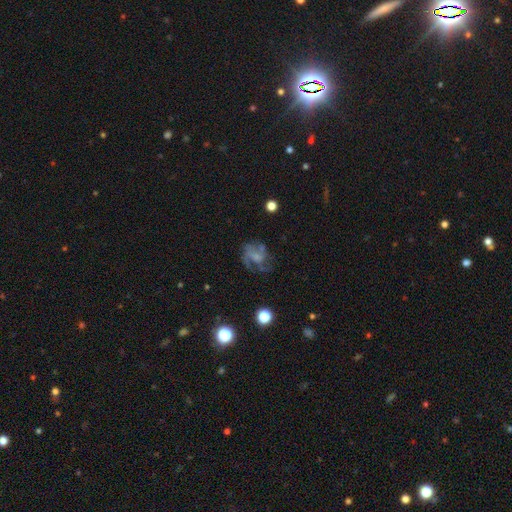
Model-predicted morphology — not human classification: Smooth or featured? featured or disk (64%)
Edge-on disk? no (98%)
Bar? no (66%)
Spiral arms? yes (75%)
Bulge size? none (44%)
Merging? none (44%)